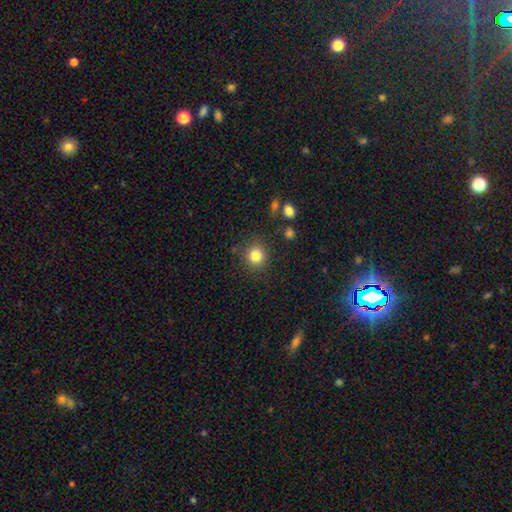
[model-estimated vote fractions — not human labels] smooth_or_featured: smooth (p=0.83) [alt: star or artifact p=0.11]
how_rounded: round (p=0.89) [alt: in between p=0.10]
merging: none (p=0.85) [alt: minor disturbance p=0.09]